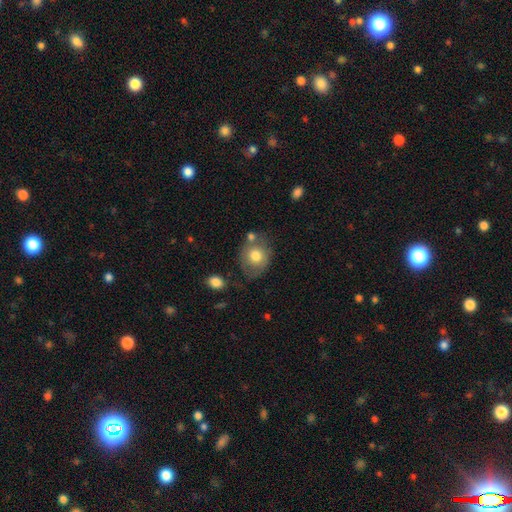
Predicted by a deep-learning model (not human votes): This appears to be a smooth galaxy with no disk features (72%) that is round (59%). Merging: none (57%).